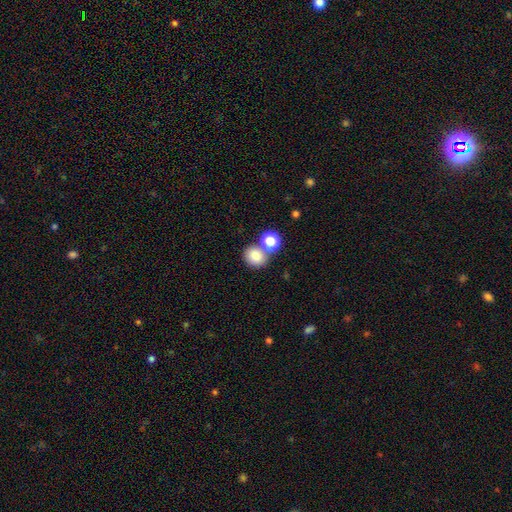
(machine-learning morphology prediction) smooth_or_featured: smooth (p=0.82) [alt: star or artifact p=0.11]
how_rounded: round (p=0.74) [alt: in between p=0.25]
merging: none (p=0.60) [alt: merger p=0.27]